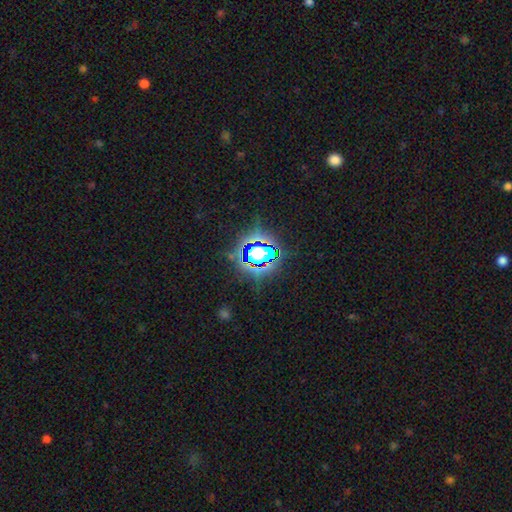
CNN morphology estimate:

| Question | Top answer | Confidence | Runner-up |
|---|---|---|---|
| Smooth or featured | star or artifact | 74% | smooth (16%) |